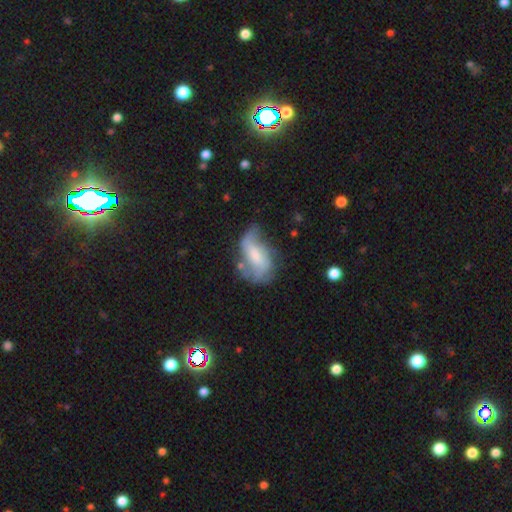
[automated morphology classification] Smooth or featured? featured or disk (52%)
Edge-on disk? no (93%)
Merging? none (35%)